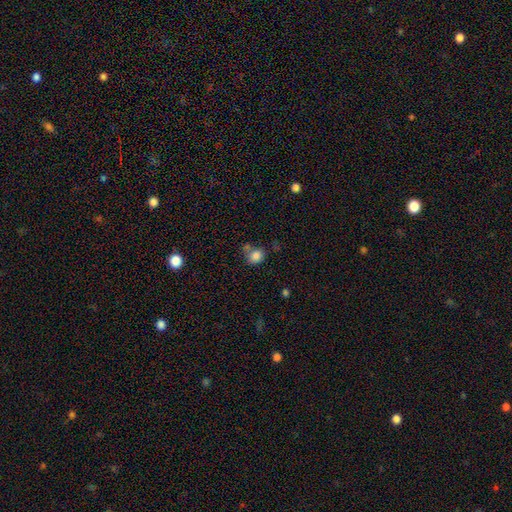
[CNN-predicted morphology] This appears to be a smooth galaxy with no disk features (83%) that is round (70%). Merging: none (54%).